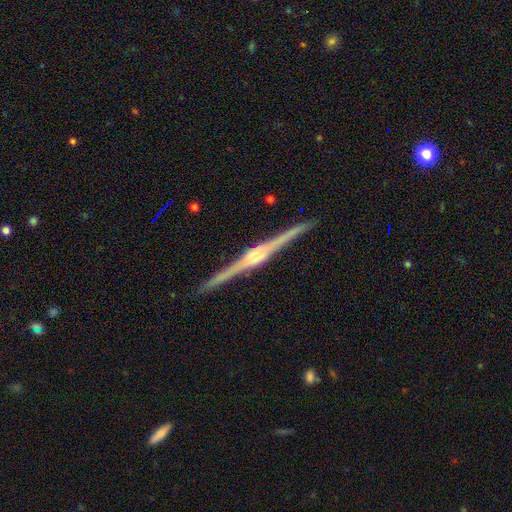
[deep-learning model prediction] Morphology: type=featured or disk (90%); edge-on=yes (99%); edge-on bulge=rounded (68%); merging=none (93%).